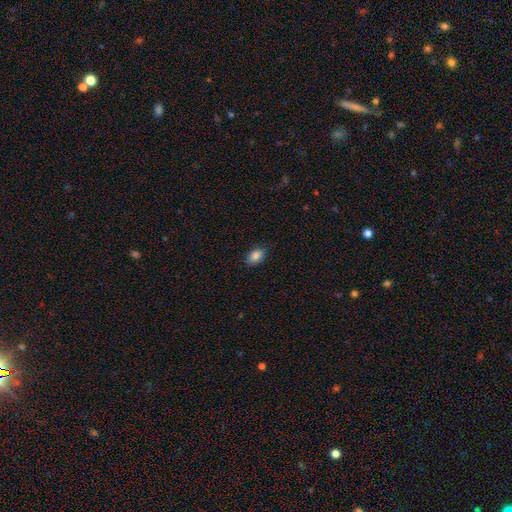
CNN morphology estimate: smooth-or-featured: smooth: 86% | star or artifact: 9% | featured or disk: 5%
  how-rounded: in between: 86% | round: 13% | cigar-shaped: 2%
  merging: none: 84% | minor disturbance: 12% | major disturbance: 2% | merger: 1%